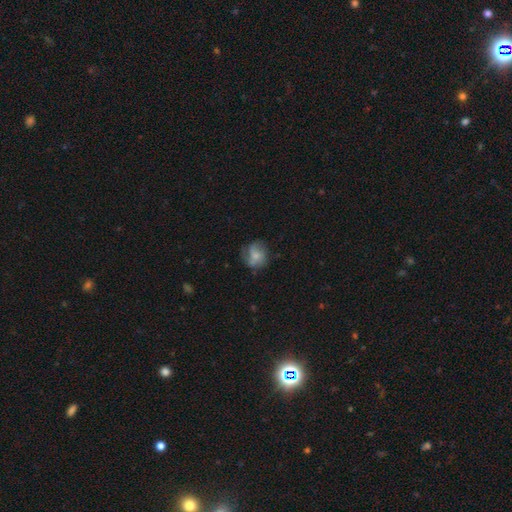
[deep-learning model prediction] Smooth or featured: smooth — 55% (featured or disk — 35%)
How rounded: round — 70% (in between — 29%)
Merging: none — 58% (minor disturbance — 25%)